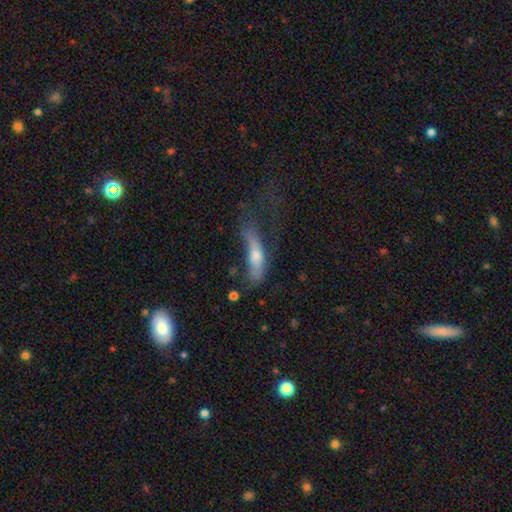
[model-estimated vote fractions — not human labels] A smooth galaxy with no disk features (59%) that is cigar-shaped (63%).

Vote fractions:
- Smooth or featured? smooth: 59% / featured or disk: 32% / star or artifact: 9%
- How rounded? cigar-shaped: 63% / in between: 35% / round: 3%
- Merging? major disturbance: 49% / minor disturbance: 23% / none: 22% / merger: 6%